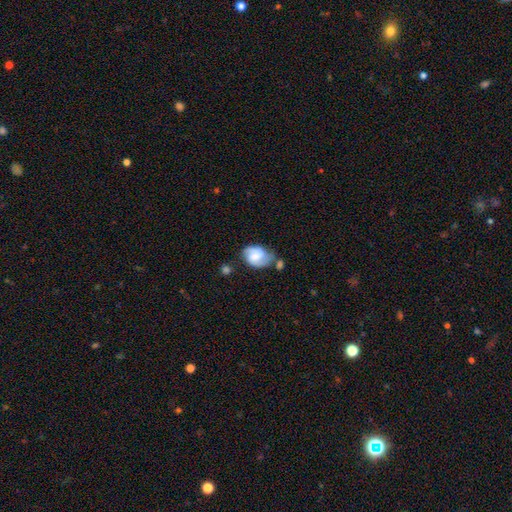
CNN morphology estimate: The model was most divided on "bulge size": small: 36%, moderate: 33%, none: 18%, large: 11%, dominant: 3%. Remaining: edge-on disk — no (97%); spiral arms — yes (90%); spiral arm count — 2 (82%); smooth or featured — featured or disk (59%); merging — none (50%); bar — weak (48%); spiral winding — medium (47%).